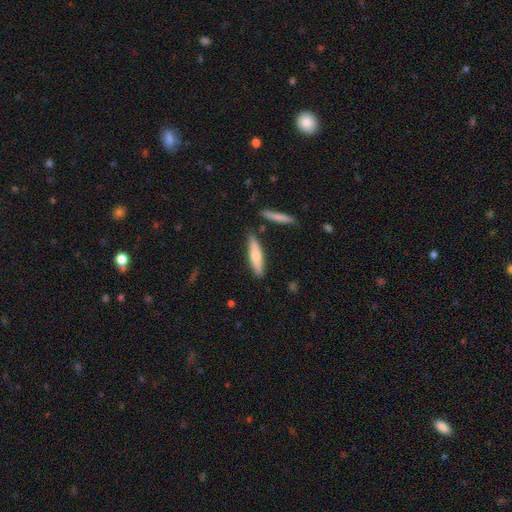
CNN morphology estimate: This is likely a smooth galaxy (64%). How rounded: likely cigar-shaped (78%). Merging: clearly none (83%).